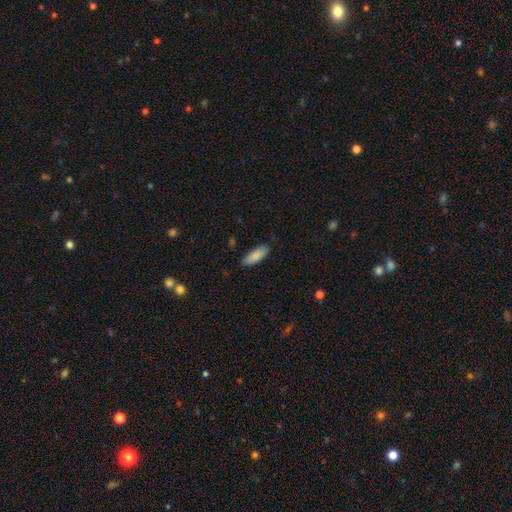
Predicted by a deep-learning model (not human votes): This is clearly a smooth galaxy (88%). How rounded: likely in between (67%). Merging: clearly none (86%).